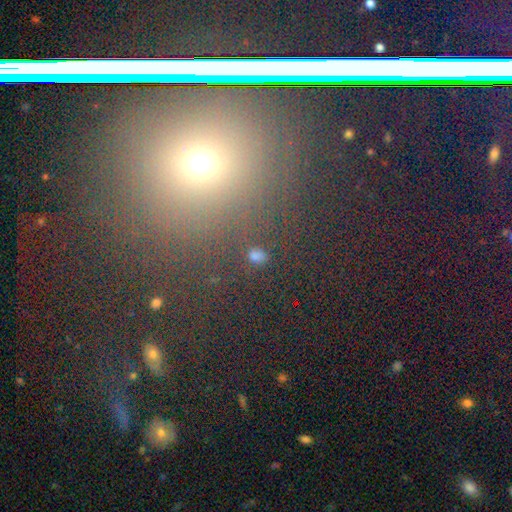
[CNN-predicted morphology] Smooth or featured?
  - smooth: 64% *
  - star or artifact: 29%
  - featured or disk: 7%
How rounded?
  - round: 51% *
  - in between: 45%
  - cigar-shaped: 3%
Merging?
  - none: 83% *
  - minor disturbance: 9%
  - merger: 5%
  - major disturbance: 4%